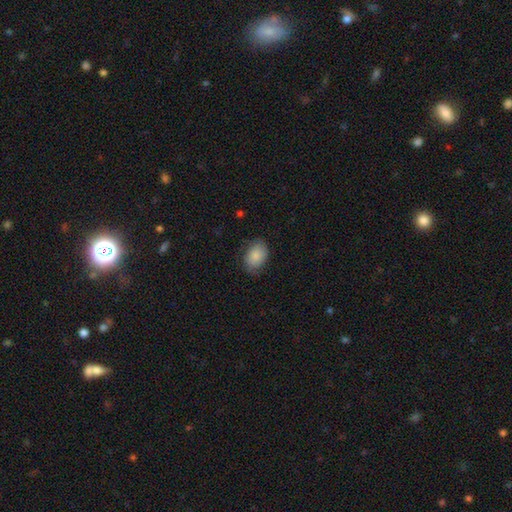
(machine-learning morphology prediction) smooth-or-featured: smooth: 83% | featured or disk: 10% | star or artifact: 7%
  how-rounded: in between: 82% | round: 17% | cigar-shaped: 1%
  merging: none: 73% | minor disturbance: 20% | major disturbance: 5% | merger: 1%